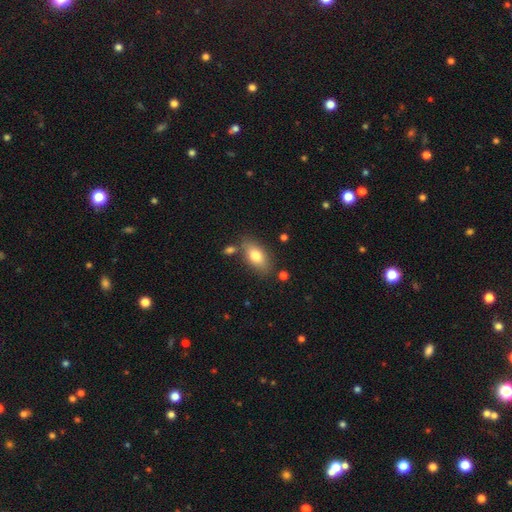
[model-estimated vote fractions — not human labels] This appears to be a smooth galaxy with no disk features (78%) that is in between round and cigar-shaped (89%). Merging: none (75%).